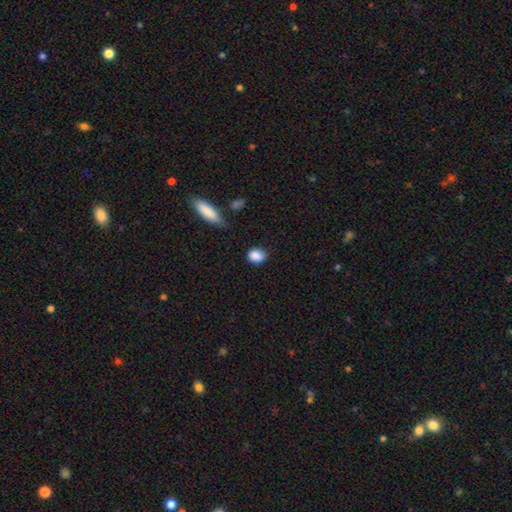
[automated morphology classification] The model was most divided on "how rounded" (2-way tie): in between: 49%, round: 49%, cigar-shaped: 2%. More confident: smooth or featured — smooth (88%); merging — none (78%).